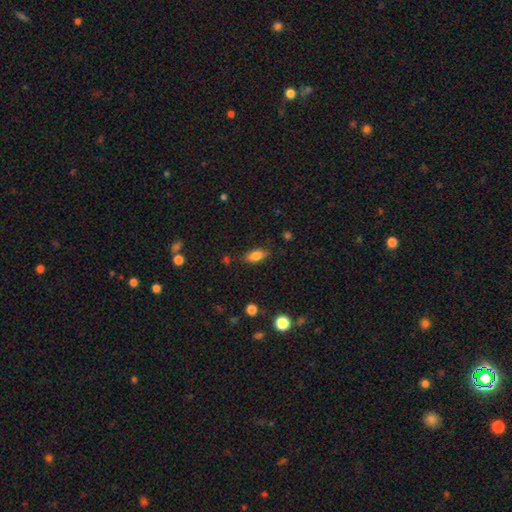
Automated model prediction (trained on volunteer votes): A smooth galaxy with no disk features (82%) that is in between round and cigar-shaped (86%). Merging: none (79%).